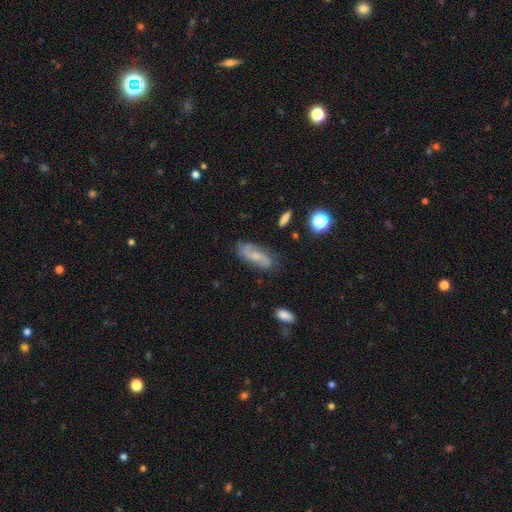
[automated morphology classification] smooth_or_featured: featured or disk (p=0.67) [alt: smooth p=0.25]
disk_edge_on: no (p=0.91) [alt: yes p=0.09]
bar: no (p=0.49) [alt: weak p=0.39]
has_spiral_arms: yes (p=0.93) [alt: no p=0.07]
spiral_winding: loose (p=0.45) [alt: medium p=0.37]
spiral_arm_count: 2 (p=0.87) [alt: can't tell p=0.07]
bulge_size: small (p=0.53) [alt: moderate p=0.32]
merging: none (p=0.77) [alt: minor disturbance p=0.16]